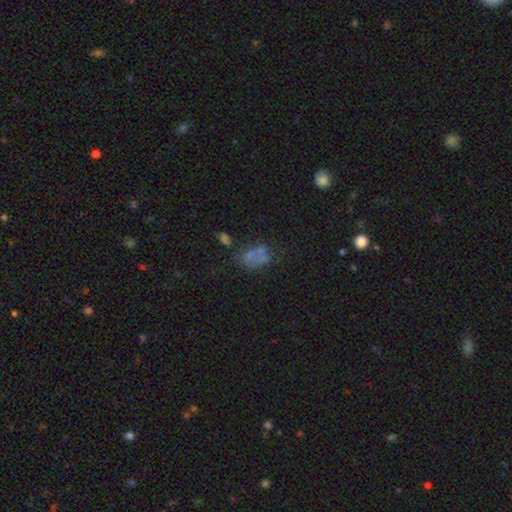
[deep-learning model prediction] A smooth galaxy with no disk features (47%).

Vote fractions:
- Smooth or featured? smooth: 47% / featured or disk: 31% / star or artifact: 23%
- Merging? none: 39% / merger: 22% / minor disturbance: 20% / major disturbance: 19%